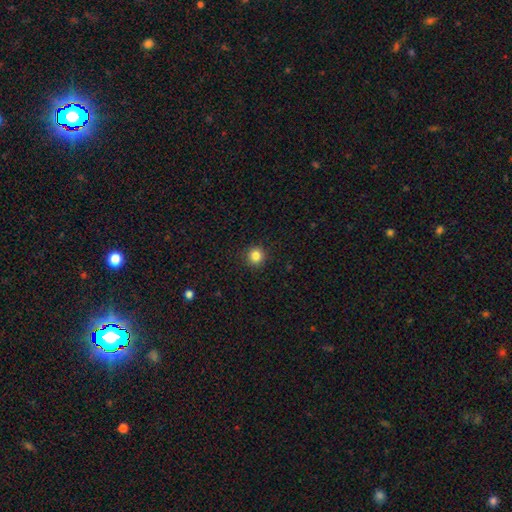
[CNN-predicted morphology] smooth 84%, star or artifact 12%, featured or disk 4%. Down the decision tree: how rounded — round (95%); merging — none (92%).